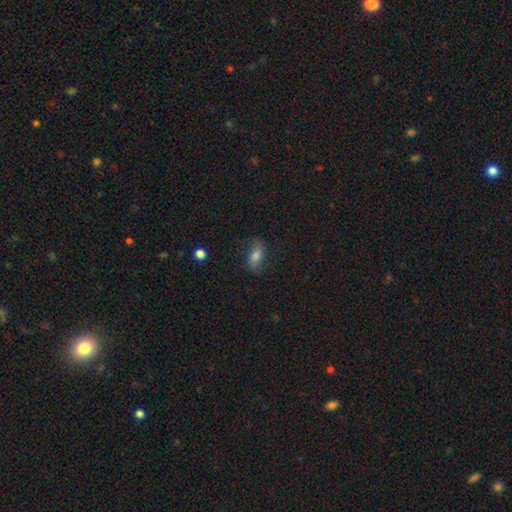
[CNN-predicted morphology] This is likely a smooth galaxy (64%). How rounded: clearly in between (80%). Merging: likely none (72%).